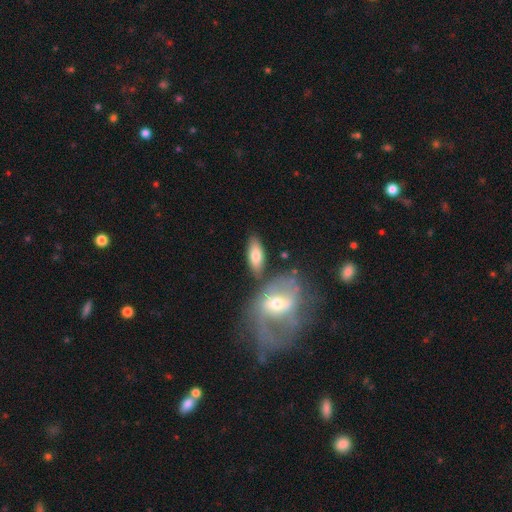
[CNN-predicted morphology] smooth_or_featured: smooth (p=0.70) [alt: featured or disk p=0.24]
how_rounded: in between (p=0.78) [alt: cigar-shaped p=0.18]
merging: none (p=0.71) [alt: minor disturbance p=0.13]